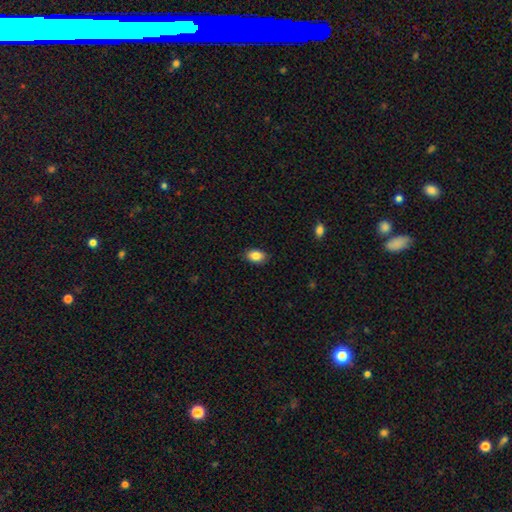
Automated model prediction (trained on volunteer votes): smooth-or-featured: smooth: 85% | star or artifact: 8% | featured or disk: 7%
  how-rounded: in between: 86% | round: 13% | cigar-shaped: 1%
  merging: none: 87% | minor disturbance: 10% | major disturbance: 2% | merger: 1%